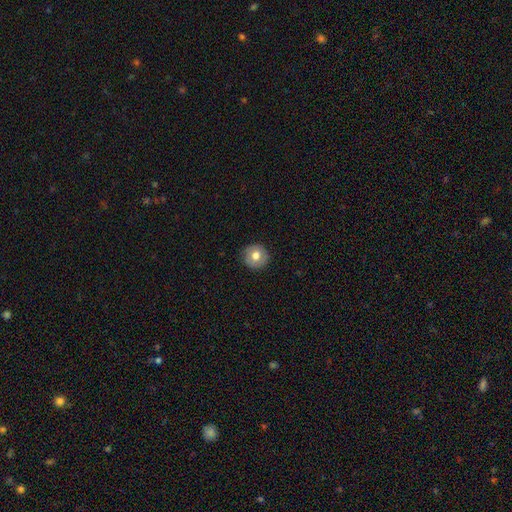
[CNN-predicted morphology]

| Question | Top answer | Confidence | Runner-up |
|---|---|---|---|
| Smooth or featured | smooth | 70% | featured or disk (22%) |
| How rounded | round | 93% | in between (6%) |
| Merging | none | 89% | minor disturbance (8%) |